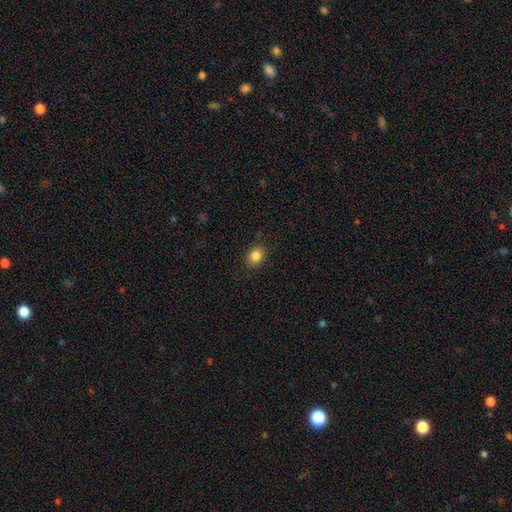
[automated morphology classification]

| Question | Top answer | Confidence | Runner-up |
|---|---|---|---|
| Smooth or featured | smooth | 85% | star or artifact (11%) |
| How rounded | round | 58% | in between (41%) |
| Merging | none | 86% | minor disturbance (10%) |